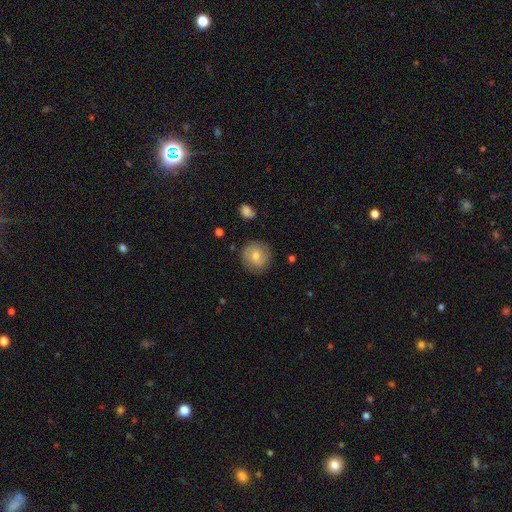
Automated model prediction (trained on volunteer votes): Smooth or featured: smooth — 65% (featured or disk — 25%)
How rounded: round — 92% (in between — 7%)
Merging: none — 86% (minor disturbance — 10%)